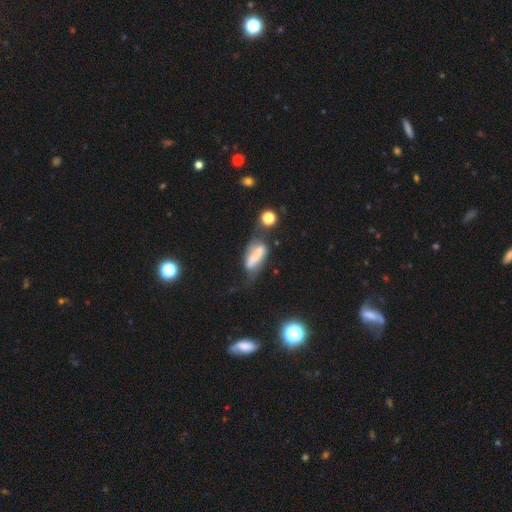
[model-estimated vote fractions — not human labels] smooth_or_featured: smooth (p=0.49) [alt: featured or disk p=0.42]
merging: none (p=0.34) [alt: minor disturbance p=0.28]